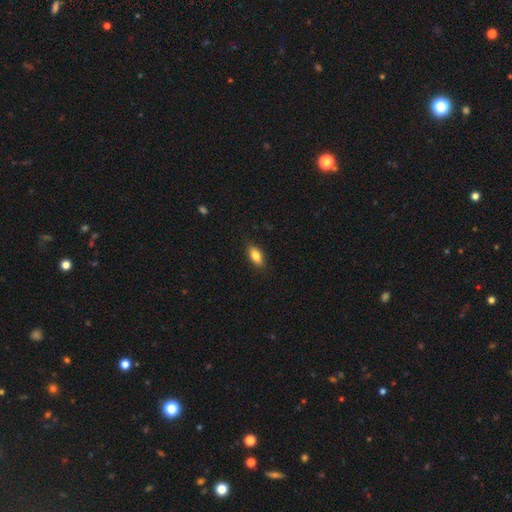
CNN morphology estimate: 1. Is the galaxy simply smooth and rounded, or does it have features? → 81% smooth, 12% featured or disk, 7% star or artifact.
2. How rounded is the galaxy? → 87% in between, 8% cigar-shaped, 5% round.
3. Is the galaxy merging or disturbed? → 87% none, 10% minor disturbance, 2% major disturbance, 1% merger.